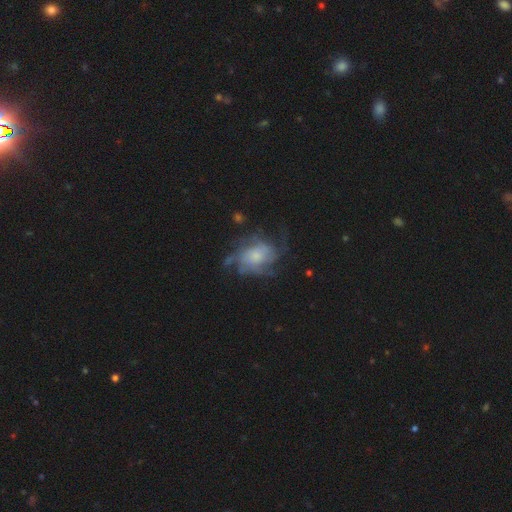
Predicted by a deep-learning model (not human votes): Smooth or featured? Predicted: featured or disk (p=0.71). Edge-on disk? Predicted: no (p=0.97). Bar? Predicted: no (p=0.78). Spiral arms? Predicted: yes (p=0.83). Spiral winding? Predicted: tight (p=0.40). Spiral arm count? Predicted: can't tell (p=0.41). Bulge size? Predicted: small (p=0.36). Merging? Predicted: none (p=0.54).